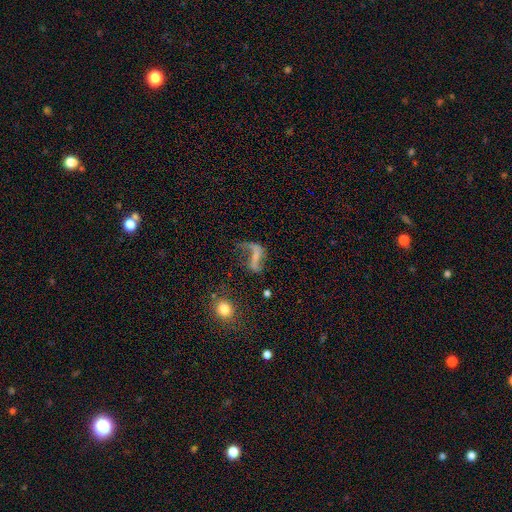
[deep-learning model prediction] Q: Smooth or featured?
A: featured or disk (62%); runner-up: smooth (23%)
Q: Edge-on disk?
A: no (94%); runner-up: yes (6%)
Q: Bar?
A: no (43%); runner-up: strong (31%)
Q: Spiral arms?
A: yes (64%); runner-up: no (36%)
Q: Bulge size?
A: none (61%); runner-up: small (26%)
Q: Merging?
A: major disturbance (43%); runner-up: none (31%)